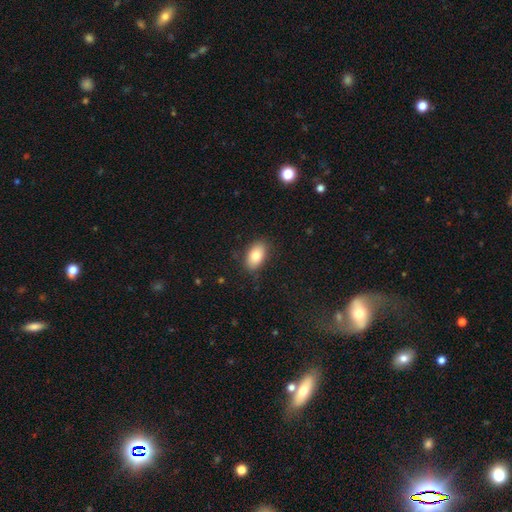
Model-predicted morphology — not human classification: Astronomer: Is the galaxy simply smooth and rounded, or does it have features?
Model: smooth — 81%.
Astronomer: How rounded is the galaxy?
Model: in between — 92%.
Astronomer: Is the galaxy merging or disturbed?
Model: none — 84%.